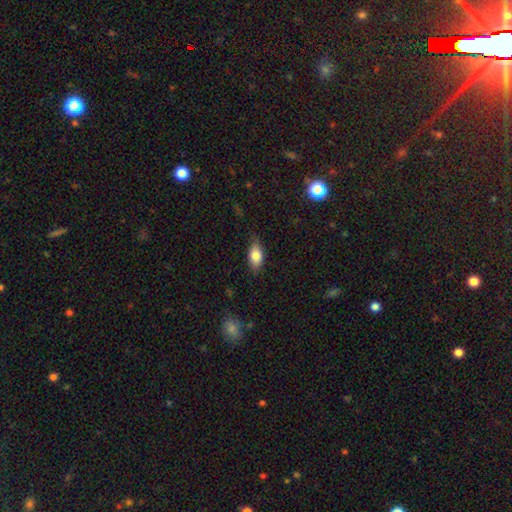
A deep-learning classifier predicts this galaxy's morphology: The model was most divided on "merging": none: 70%, minor disturbance: 24%, major disturbance: 5%, merger: 1%. More confident: how rounded — in between (87%); smooth or featured — smooth (79%).